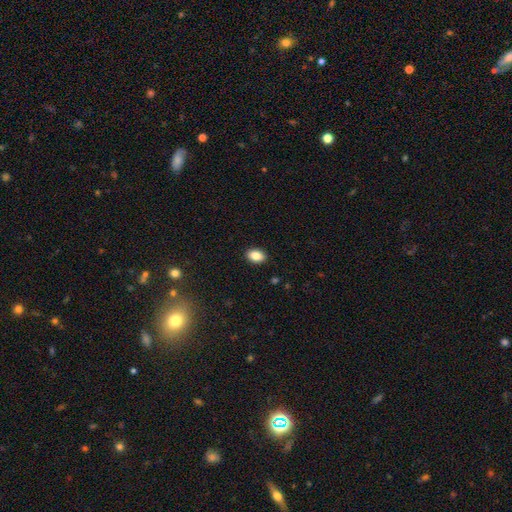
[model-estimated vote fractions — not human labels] smooth_or_featured: smooth (p=0.86) [alt: star or artifact p=0.08]
how_rounded: in between (p=0.84) [alt: round p=0.14]
merging: none (p=0.90) [alt: minor disturbance p=0.07]